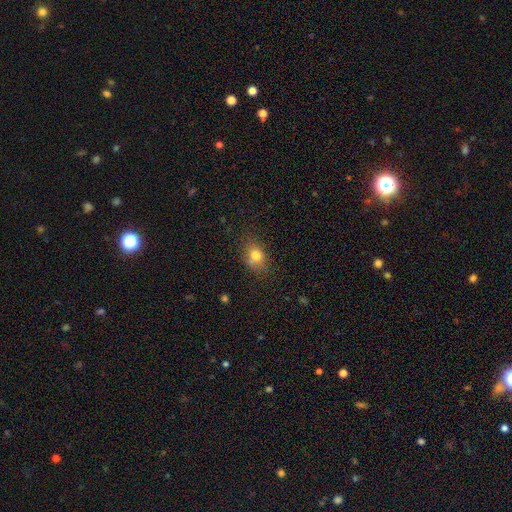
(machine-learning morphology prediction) Q: Smooth or featured?
A: smooth (77%); runner-up: star or artifact (12%)
Q: How rounded?
A: in between (65%); runner-up: round (33%)
Q: Merging?
A: none (67%); runner-up: minor disturbance (21%)